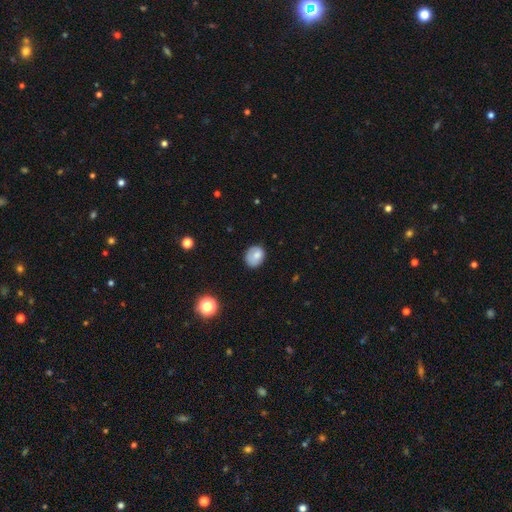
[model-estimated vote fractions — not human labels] smooth_or_featured: smooth (p=0.77) [alt: featured or disk p=0.13]
how_rounded: round (p=0.56) [alt: in between p=0.43]
merging: none (p=0.73) [alt: minor disturbance p=0.20]